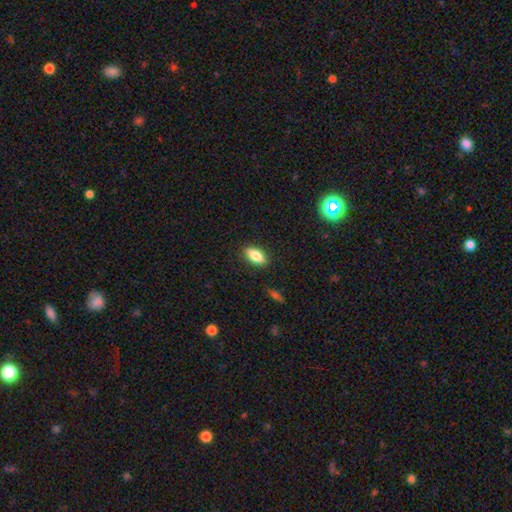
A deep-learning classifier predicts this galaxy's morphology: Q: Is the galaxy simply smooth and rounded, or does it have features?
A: smooth — 83%.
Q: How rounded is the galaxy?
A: in between — 87%.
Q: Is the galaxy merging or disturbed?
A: none — 87%.